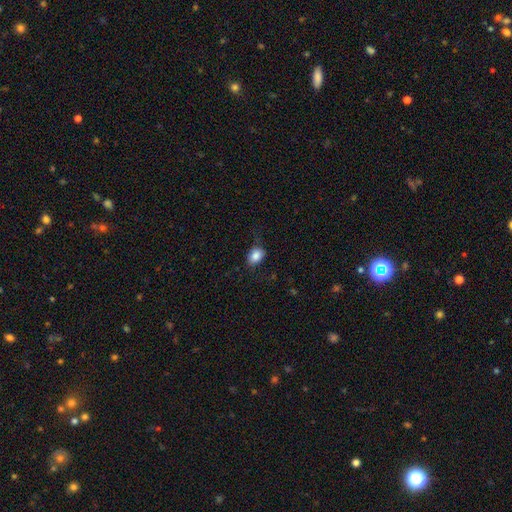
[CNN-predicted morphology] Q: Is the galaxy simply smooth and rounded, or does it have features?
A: smooth — 85%.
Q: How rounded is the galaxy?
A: in between — 72%.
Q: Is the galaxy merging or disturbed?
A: none — 72%.